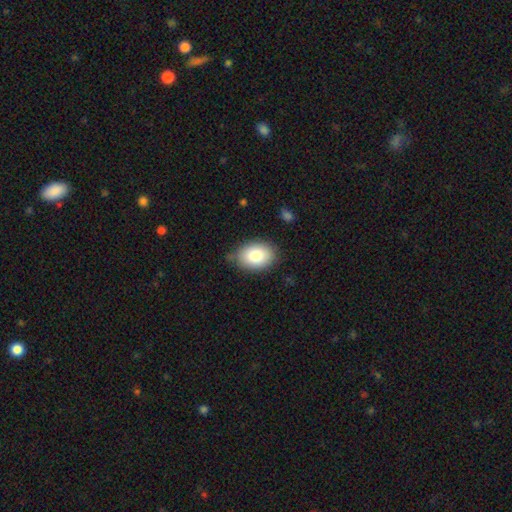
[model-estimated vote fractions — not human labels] Morphology: type=smooth (84%); roundness=in between (83%); merging=none (77%).